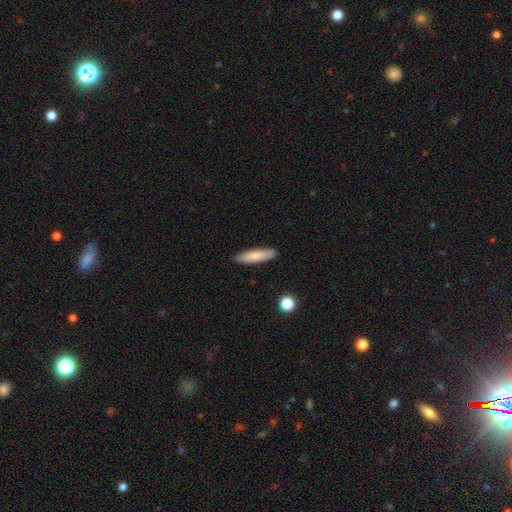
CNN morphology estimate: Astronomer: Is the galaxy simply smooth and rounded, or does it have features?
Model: smooth — 80%.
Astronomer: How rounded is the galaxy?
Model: cigar-shaped — 81%.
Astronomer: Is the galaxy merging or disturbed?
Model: none — 88%.